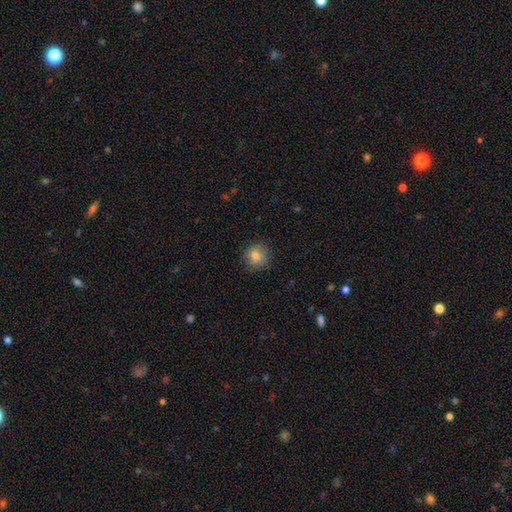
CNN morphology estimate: A smooth galaxy with no disk features (83%) that is round (88%). Merging: none (85%).